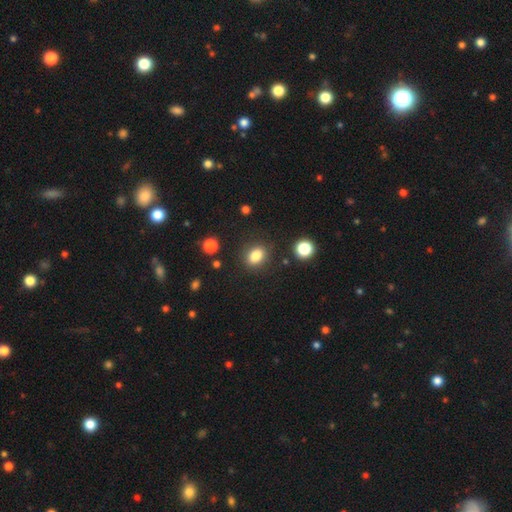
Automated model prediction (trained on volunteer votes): smooth_or_featured: smooth (p=0.84) [alt: star or artifact p=0.11]
how_rounded: in between (p=0.62) [alt: round p=0.36]
merging: none (p=0.85) [alt: minor disturbance p=0.09]